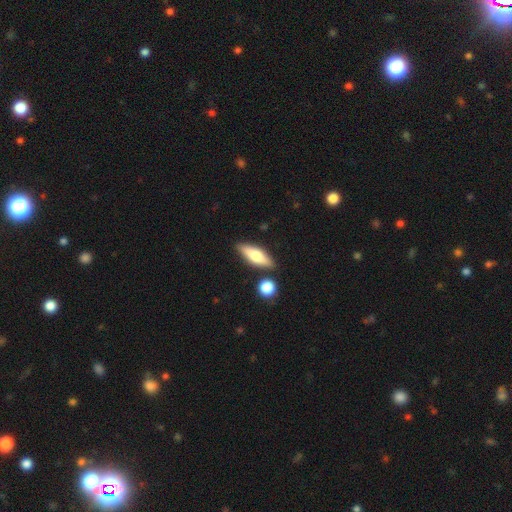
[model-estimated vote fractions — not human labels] Smooth or featured: smooth — 61% (featured or disk — 32%)
How rounded: in between — 54% (cigar-shaped — 43%)
Merging: none — 82% (minor disturbance — 10%)